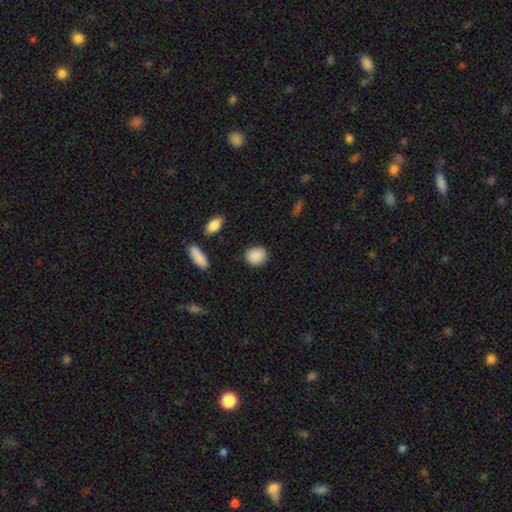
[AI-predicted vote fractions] smooth 89%, star or artifact 7%, featured or disk 4%. Down the decision tree: how rounded — round (72%); merging — none (86%).